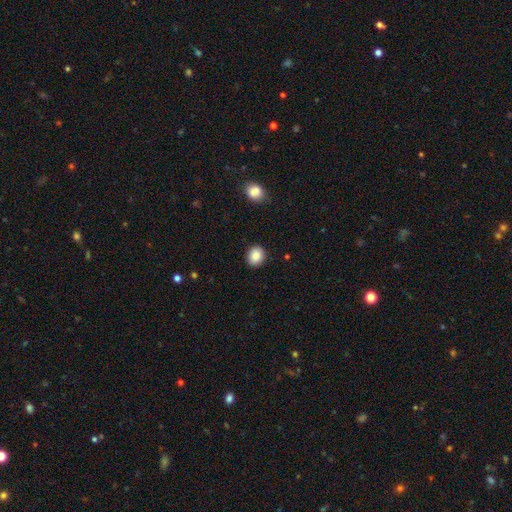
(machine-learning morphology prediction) A smooth galaxy with no disk features (87%) that is round (66%).

Vote fractions:
- Smooth or featured? smooth: 87% / star or artifact: 9% / featured or disk: 4%
- How rounded? round: 66% / in between: 33% / cigar-shaped: 1%
- Merging? none: 91% / minor disturbance: 6% / major disturbance: 2% / merger: 1%